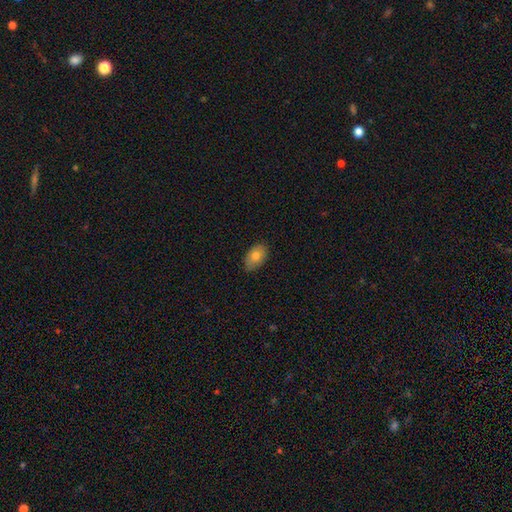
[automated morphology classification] Smooth or featured: smooth — 78% (featured or disk — 15%)
How rounded: in between — 90% (round — 9%)
Merging: none — 82% (minor disturbance — 15%)